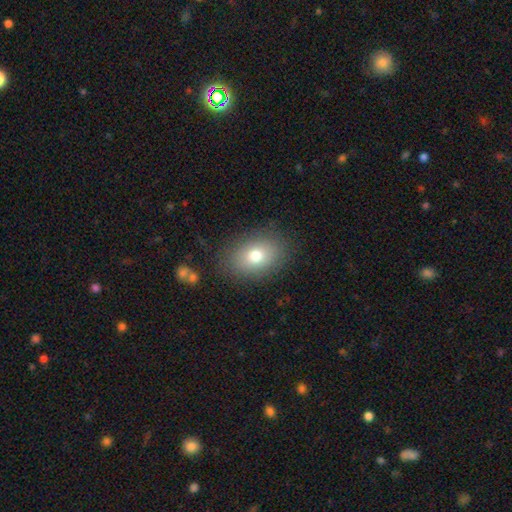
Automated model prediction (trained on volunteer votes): Smooth or featured: smooth — 76% (featured or disk — 13%)
How rounded: in between — 75% (round — 24%)
Merging: none — 84% (minor disturbance — 10%)